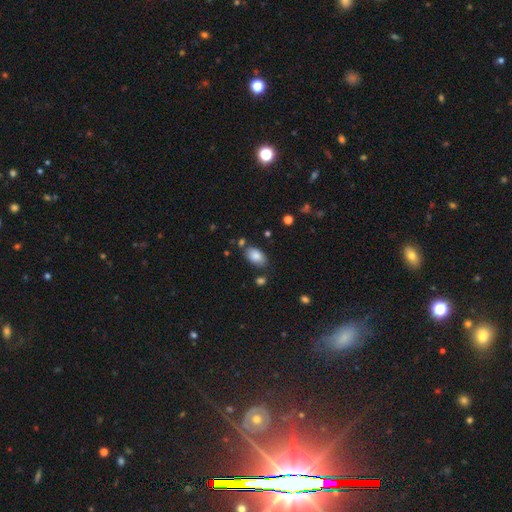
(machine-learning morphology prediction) smooth_or_featured: smooth (p=0.85) [alt: star or artifact p=0.08]
how_rounded: in between (p=0.92) [alt: round p=0.07]
merging: none (p=0.75) [alt: minor disturbance p=0.15]